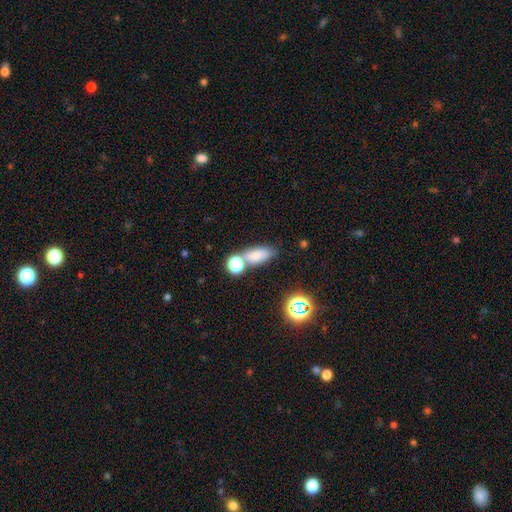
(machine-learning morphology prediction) Smooth or featured? smooth (72%)
How rounded? in between (74%)
Merging? none (57%)